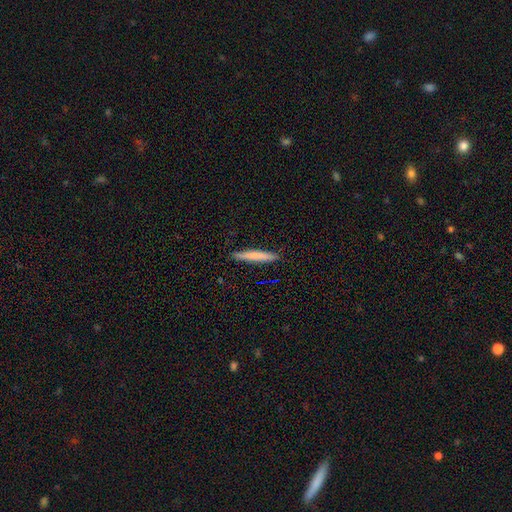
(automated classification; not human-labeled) This is likely a smooth galaxy (75%). How rounded: clearly cigar-shaped (95%). Merging: clearly none (90%).